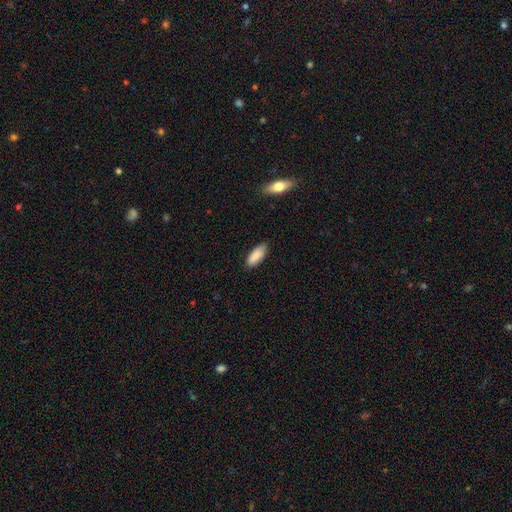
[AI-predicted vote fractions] smooth_or_featured: smooth (p=0.88) [alt: star or artifact p=0.06]
how_rounded: in between (p=0.77) [alt: cigar-shaped p=0.21]
merging: none (p=0.81) [alt: minor disturbance p=0.15]